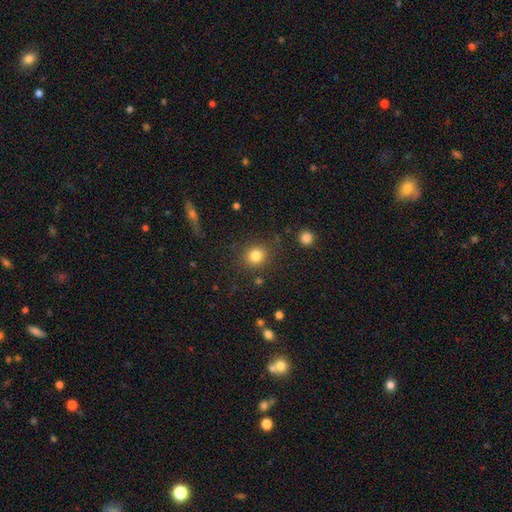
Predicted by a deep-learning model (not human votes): Overall: smooth (83%). How rounded: round (89%). Merging: none (85%).